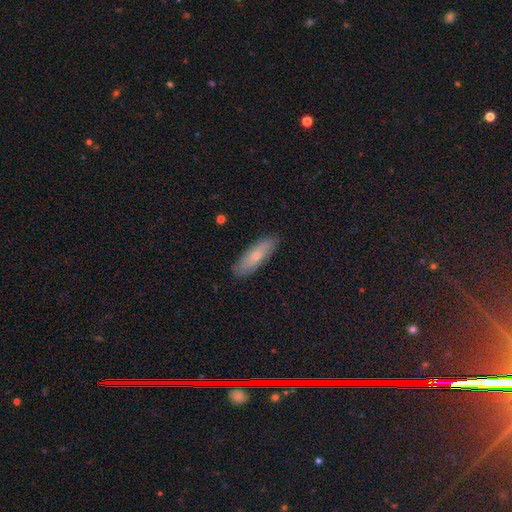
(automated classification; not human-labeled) Smooth or featured? smooth (63%)
How rounded? in between (52%)
Merging? none (87%)